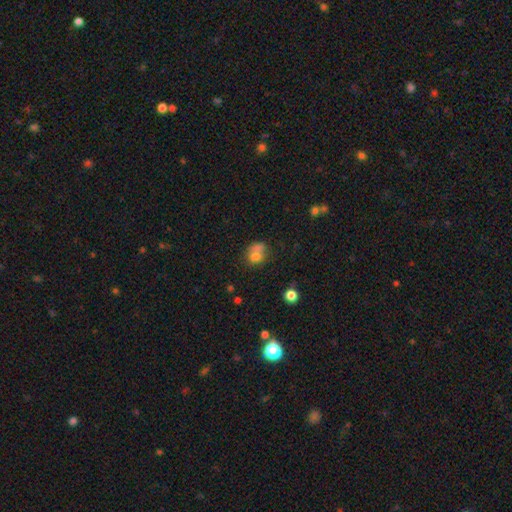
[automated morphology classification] This appears to be a smooth galaxy with no disk features (71%) that is round (59%). Merging: merger (38%).